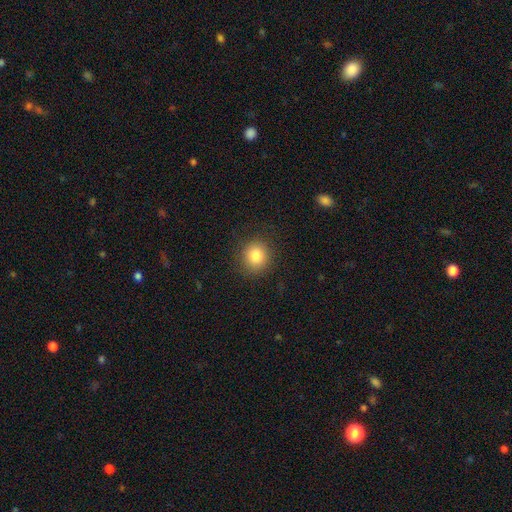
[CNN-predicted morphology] Smooth or featured? smooth (82%)
How rounded? round (87%)
Merging? none (88%)